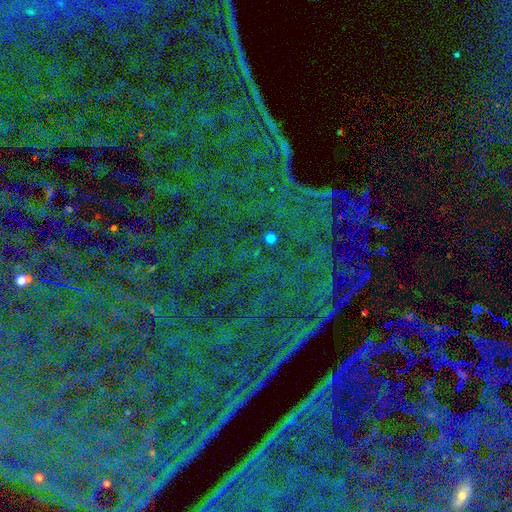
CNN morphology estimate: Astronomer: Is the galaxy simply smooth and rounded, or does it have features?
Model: star or artifact — 87%.